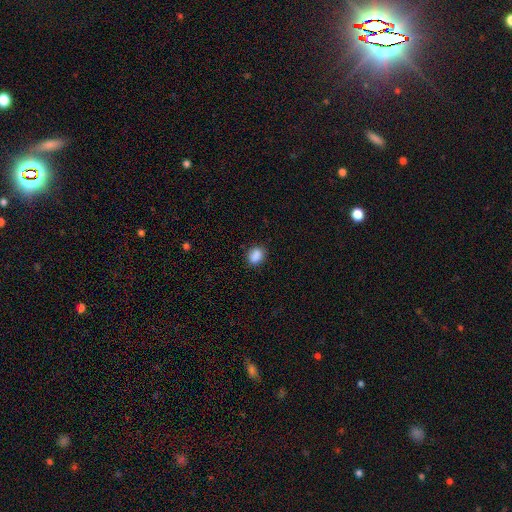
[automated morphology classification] type=smooth (88%); roundness=in between (58%); merging=none (85%).